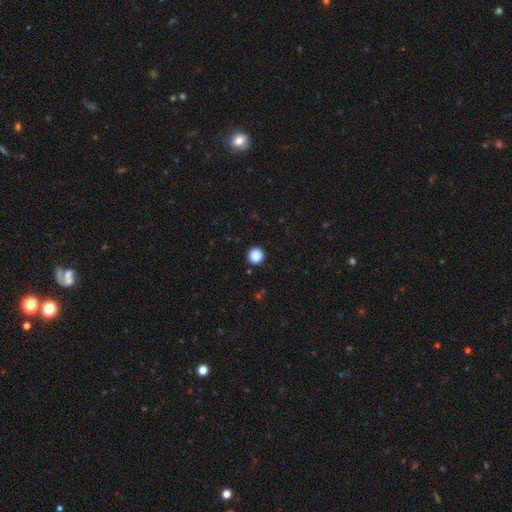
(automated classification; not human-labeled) Smooth or featured? Predicted: smooth (p=0.88). How rounded? Predicted: round (p=0.97). Merging? Predicted: none (p=0.93).